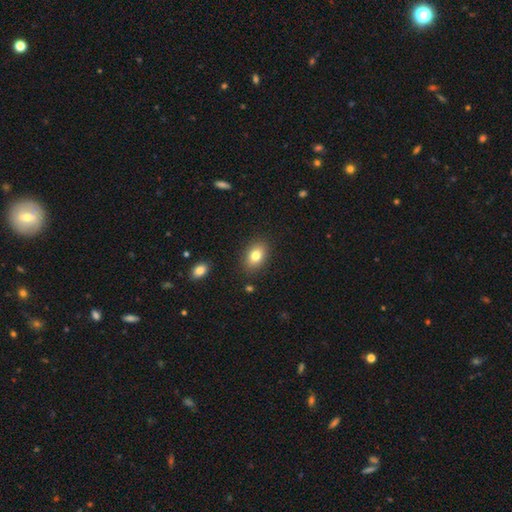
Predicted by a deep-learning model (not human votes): Smooth or featured? Predicted: smooth (p=0.81). How rounded? Predicted: in between (p=0.83). Merging? Predicted: none (p=0.87).